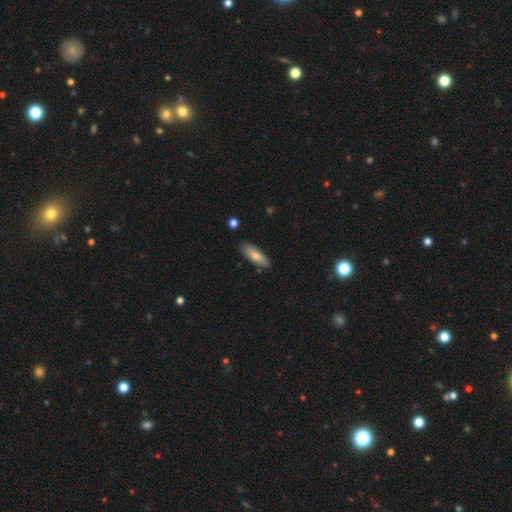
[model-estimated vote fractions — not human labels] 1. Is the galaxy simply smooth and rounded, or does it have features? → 76% smooth, 18% featured or disk, 6% star or artifact.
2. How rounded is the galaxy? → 51% cigar-shaped, 47% in between, 2% round.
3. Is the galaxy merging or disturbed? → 79% none, 16% minor disturbance, 2% major disturbance, 2% merger.